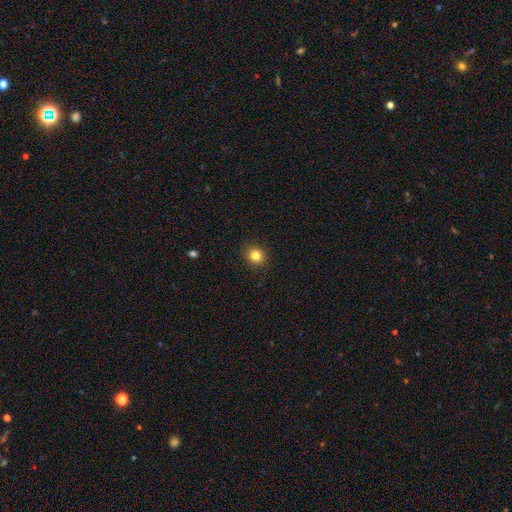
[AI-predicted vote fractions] Overall: smooth (82%). How rounded: round (88%). Merging: none (92%).